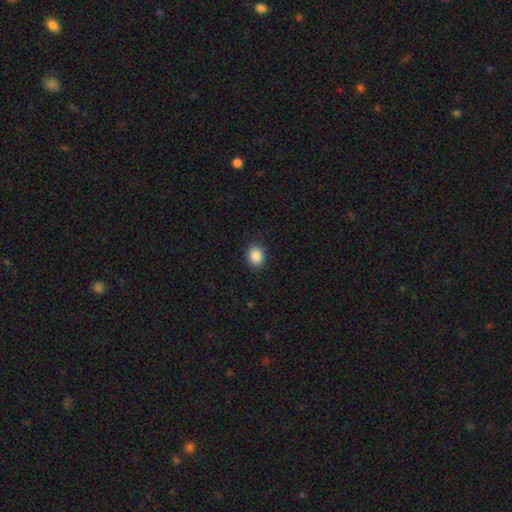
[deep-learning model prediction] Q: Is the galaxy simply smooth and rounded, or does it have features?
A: smooth — 88%.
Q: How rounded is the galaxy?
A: round — 53%.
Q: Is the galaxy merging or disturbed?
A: none — 88%.